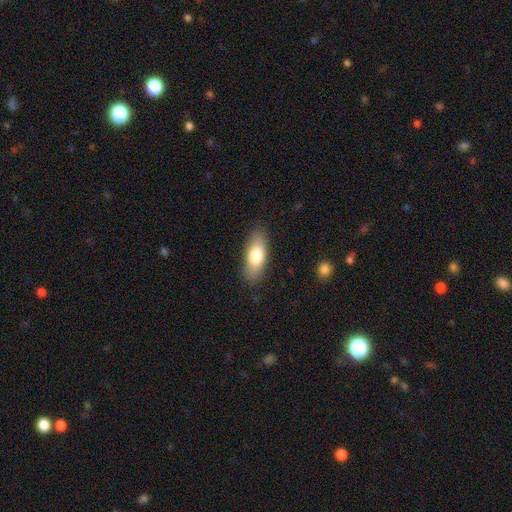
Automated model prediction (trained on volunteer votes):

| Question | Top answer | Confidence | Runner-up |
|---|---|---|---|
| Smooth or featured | smooth | 76% | featured or disk (17%) |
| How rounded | in between | 75% | cigar-shaped (23%) |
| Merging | none | 86% | minor disturbance (10%) |